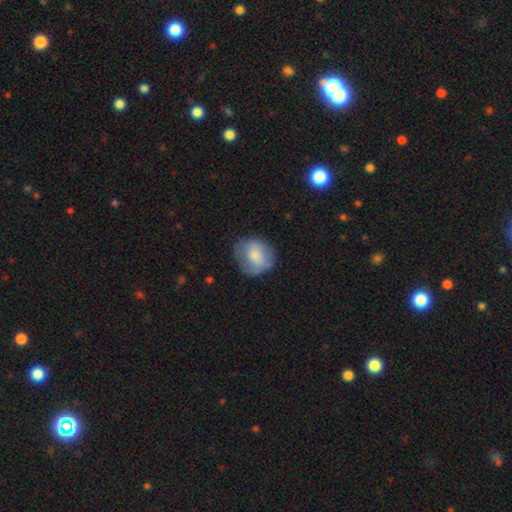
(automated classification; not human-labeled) Smooth or featured? Predicted: smooth (p=0.72). How rounded? Predicted: round (p=0.69). Merging? Predicted: none (p=0.60).